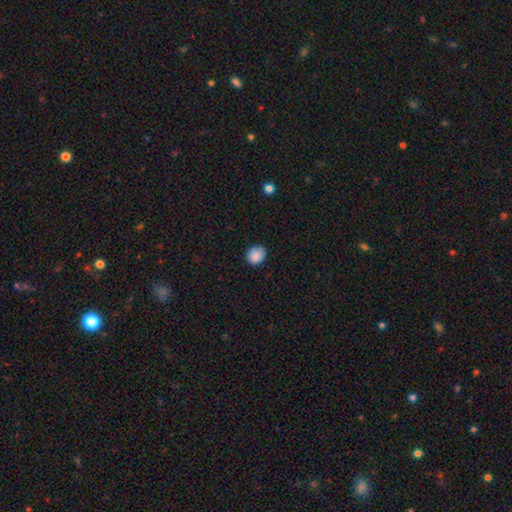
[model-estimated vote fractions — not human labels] Smooth or featured? smooth (87%)
How rounded? round (69%)
Merging? none (79%)